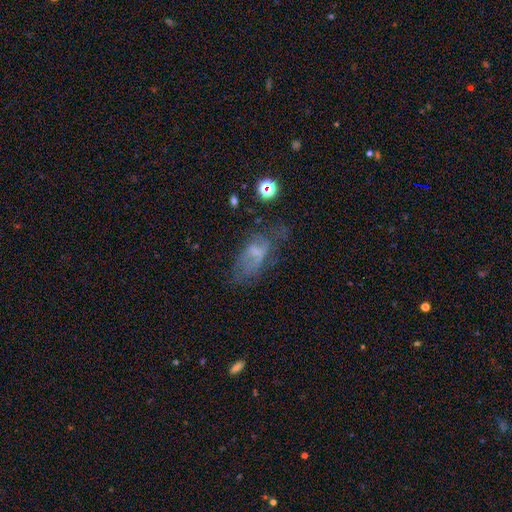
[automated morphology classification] Smooth or featured? featured or disk (42%)
Merging? none (52%)